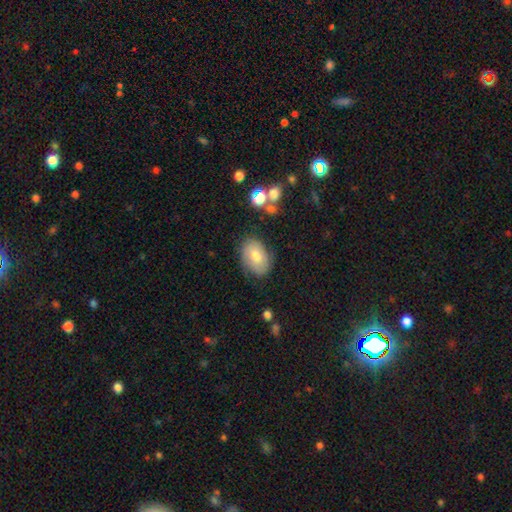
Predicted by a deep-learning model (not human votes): Overall: smooth (67%). How rounded: in between (83%). Merging: none (74%).